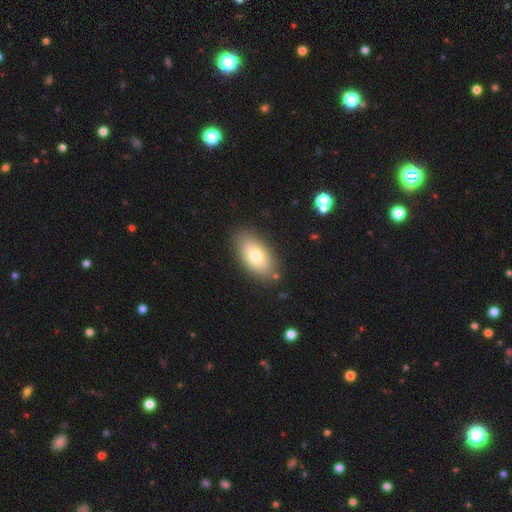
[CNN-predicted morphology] smooth-or-featured: smooth: 75% | featured or disk: 17% | star or artifact: 7%
  how-rounded: in between: 93% | round: 5% | cigar-shaped: 3%
  merging: none: 84% | minor disturbance: 11% | major disturbance: 3% | merger: 2%